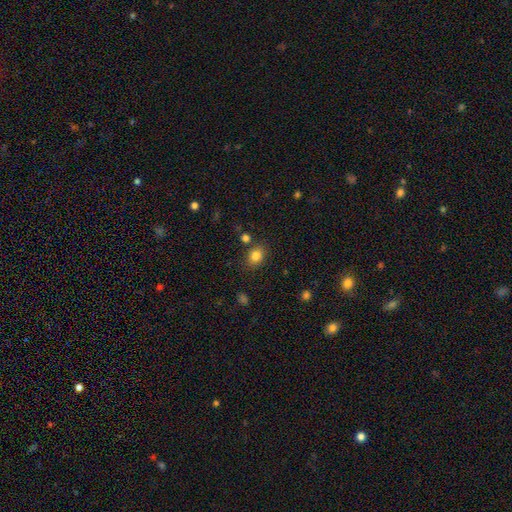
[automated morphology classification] This appears to be a smooth galaxy with no disk features (83%) that is round (50%). Merging: none (79%).